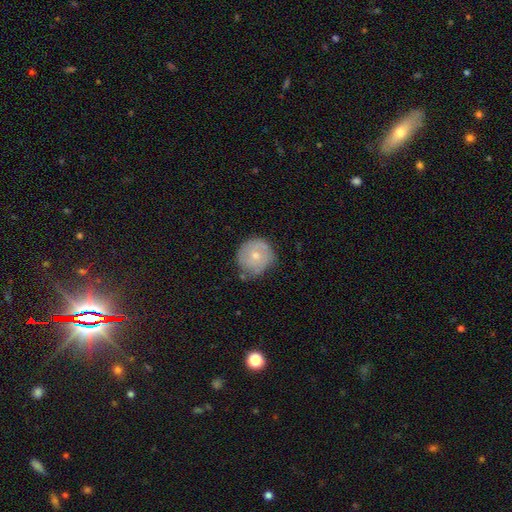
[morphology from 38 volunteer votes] Volunteers were most divided on "merging": none: 56%, minor disturbance: 31%, merger: 8%, major disturbance: 6%. More confident: how rounded — round (100%); smooth or featured — smooth (66%).